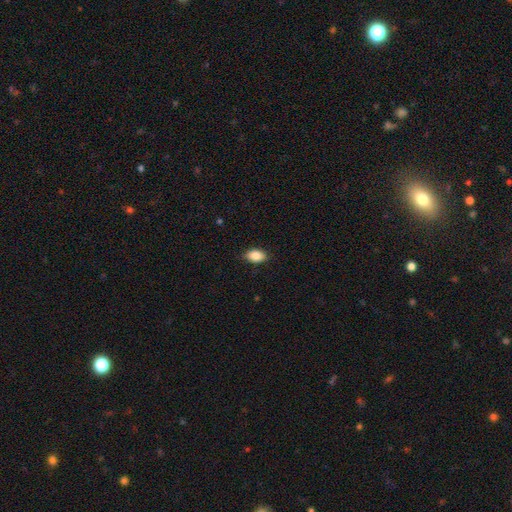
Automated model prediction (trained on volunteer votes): Q: Smooth or featured?
A: smooth (88%); runner-up: star or artifact (7%)
Q: How rounded?
A: in between (89%); runner-up: round (9%)
Q: Merging?
A: none (86%); runner-up: minor disturbance (11%)